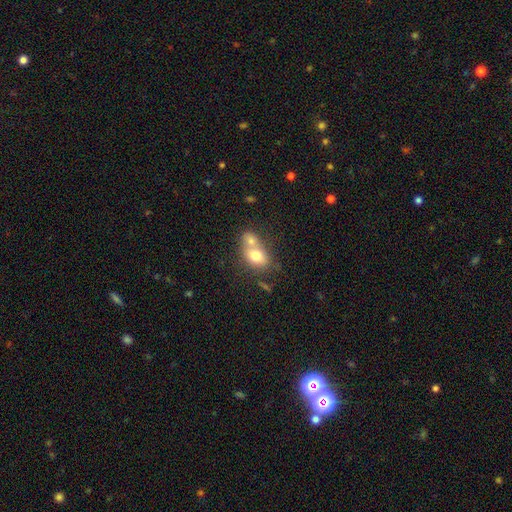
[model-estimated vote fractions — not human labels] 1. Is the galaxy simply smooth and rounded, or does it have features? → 72% smooth, 19% featured or disk, 9% star or artifact.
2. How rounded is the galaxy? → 68% in between, 31% round, 2% cigar-shaped.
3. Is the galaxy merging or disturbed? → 60% merger, 27% none, 9% minor disturbance, 4% major disturbance.